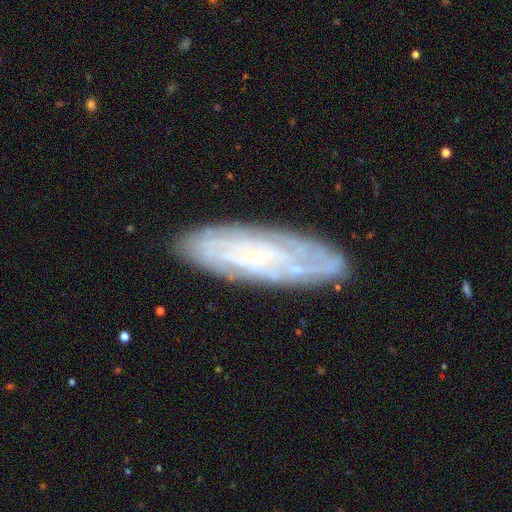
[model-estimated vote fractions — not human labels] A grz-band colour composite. It shows a featured or disk galaxy (70%) with no bar (74%), spiral arms (85%) and a small central bulge (83%). Merging: none (83%).